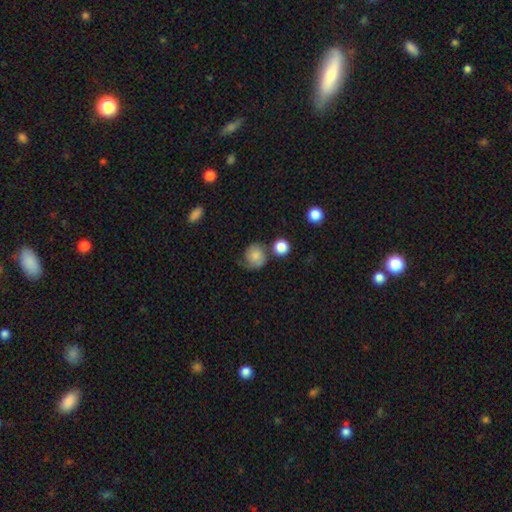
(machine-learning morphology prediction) Overall: smooth (73%). How rounded: round (82%). Merging: none (59%; minor disturbance 22%).